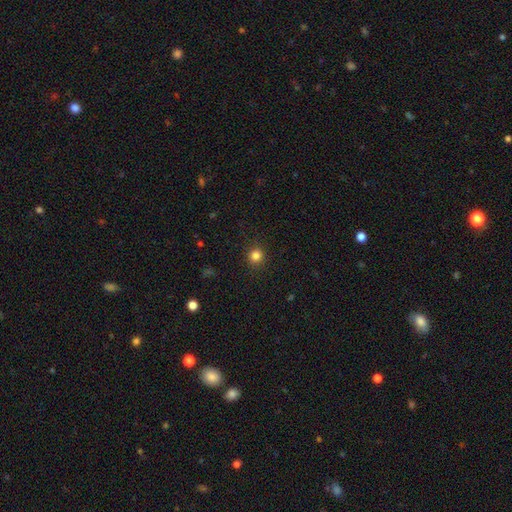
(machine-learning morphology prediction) smooth_or_featured: smooth (p=0.83) [alt: star or artifact p=0.13]
how_rounded: round (p=0.92) [alt: in between p=0.07]
merging: none (p=0.90) [alt: minor disturbance p=0.07]